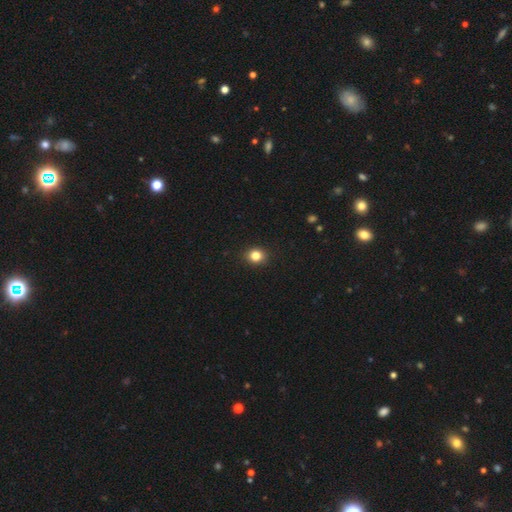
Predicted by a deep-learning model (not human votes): Overall: smooth (83%). How rounded: round (77%). Merging: none (92%).